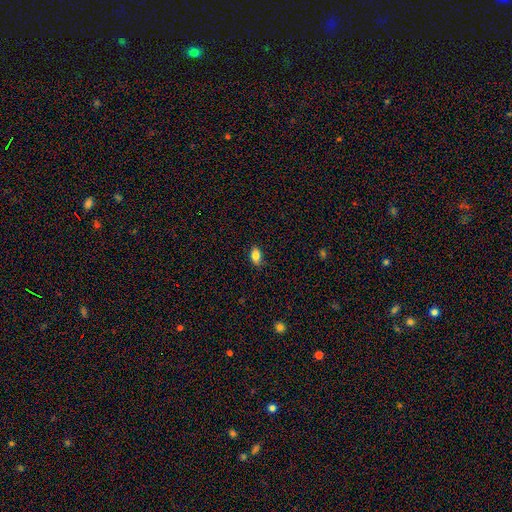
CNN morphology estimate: This is clearly a smooth galaxy (83%). How rounded: clearly in between (87%). Merging: clearly none (83%).